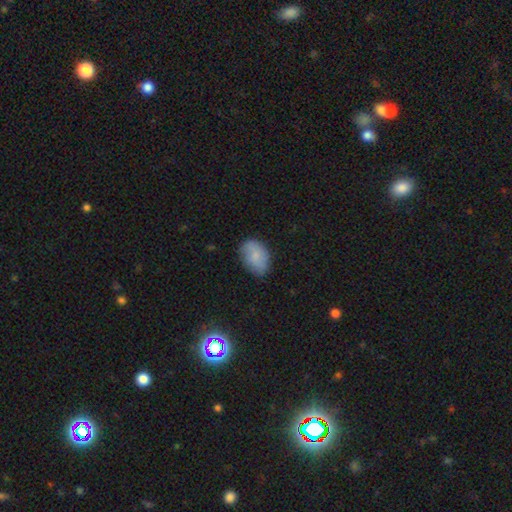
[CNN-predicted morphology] This is likely a smooth galaxy (80%). How rounded: clearly in between (84%). Merging: likely none (71%).